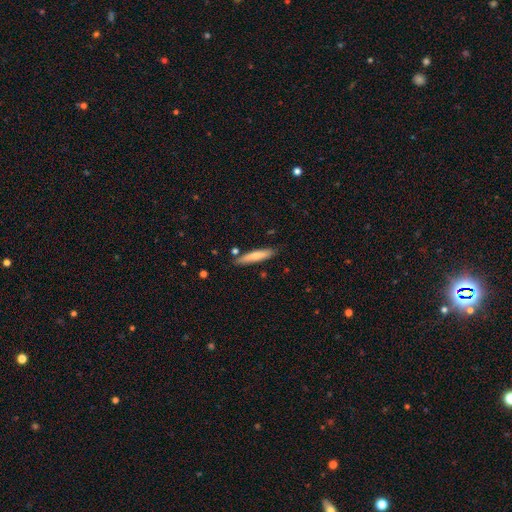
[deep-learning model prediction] Smooth or featured: smooth — 69% (featured or disk — 25%)
How rounded: cigar-shaped — 86% (in between — 13%)
Merging: none — 82% (minor disturbance — 12%)